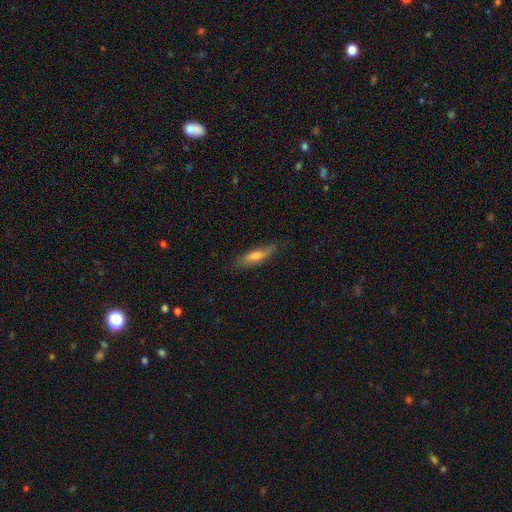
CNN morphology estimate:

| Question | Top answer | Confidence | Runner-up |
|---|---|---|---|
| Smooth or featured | smooth | 62% | featured or disk (31%) |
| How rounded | cigar-shaped | 70% | in between (28%) |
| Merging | none | 75% | minor disturbance (19%) |